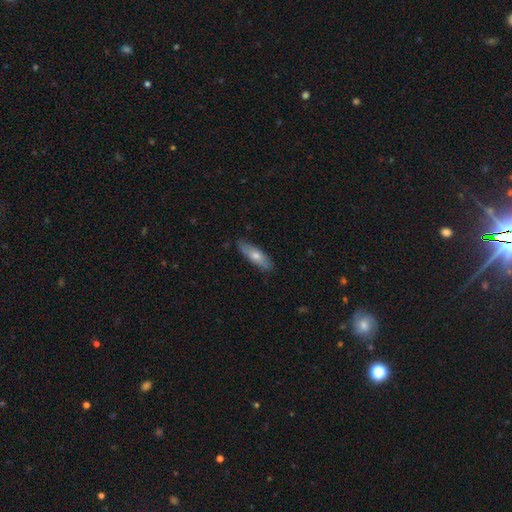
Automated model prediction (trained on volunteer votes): Morphology: type=smooth (58%); roundness=cigar-shaped (53%); merging=none (84%).